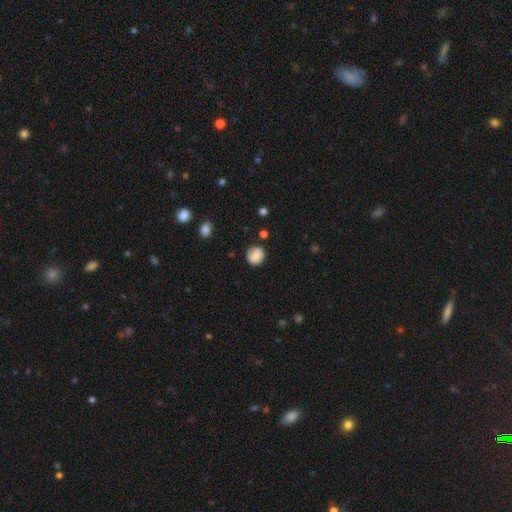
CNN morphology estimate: A smooth galaxy with no disk features (81%) that is round (88%).

Vote fractions:
- Smooth or featured? smooth: 81% / featured or disk: 11% / star or artifact: 8%
- How rounded? round: 88% / in between: 11% / cigar-shaped: 1%
- Merging? none: 78% / minor disturbance: 17% / major disturbance: 3% / merger: 2%